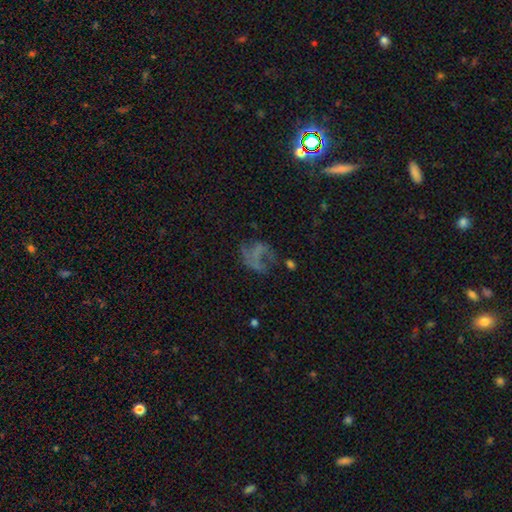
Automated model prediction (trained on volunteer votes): Smooth or featured? Predicted: featured or disk (p=0.47). Merging? Predicted: major disturbance (p=0.38).